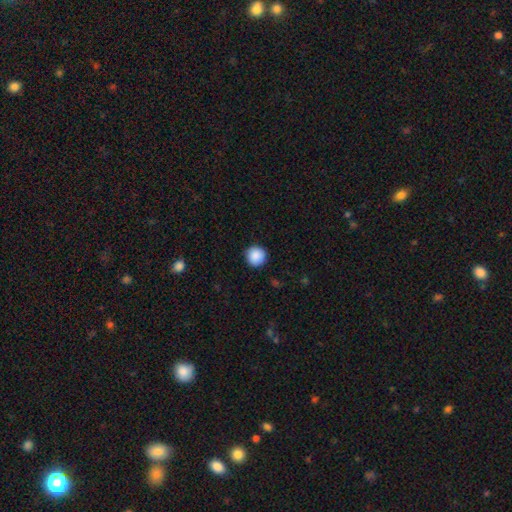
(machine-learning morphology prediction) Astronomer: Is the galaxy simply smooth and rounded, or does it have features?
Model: smooth — 89%.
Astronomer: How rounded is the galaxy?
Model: round — 95%.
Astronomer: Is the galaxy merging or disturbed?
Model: none — 91%.